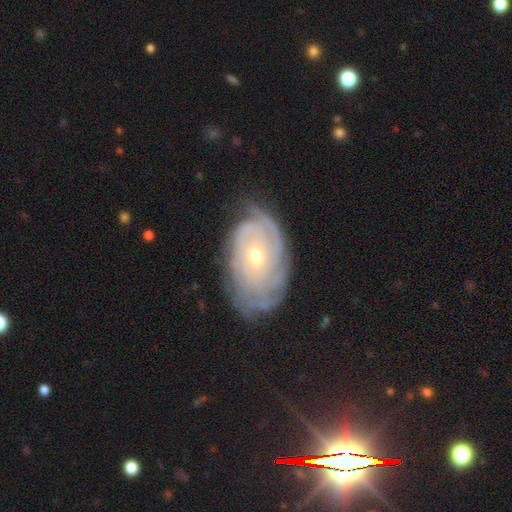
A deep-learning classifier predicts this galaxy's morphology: type=featured or disk (85%); edge-on=no (95%); bar=no (66%); spiral arms=yes (95%); winding=tight (79%); arm count=can't tell (42%); bulge=small (49%); merging=none (67%).